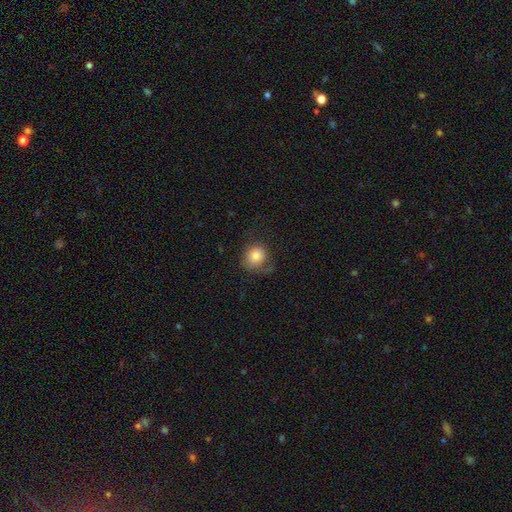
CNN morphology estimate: The model was most divided on "merging": none: 58%, minor disturbance: 24%, major disturbance: 16%, merger: 2%. More confident: how rounded — round (81%); smooth or featured — smooth (81%).